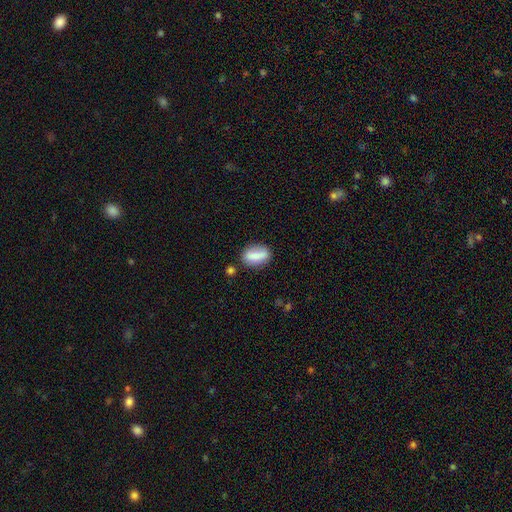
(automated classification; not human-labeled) This appears to be a smooth galaxy with no disk features (78%) that is in between round and cigar-shaped (78%). Merging: none (72%).